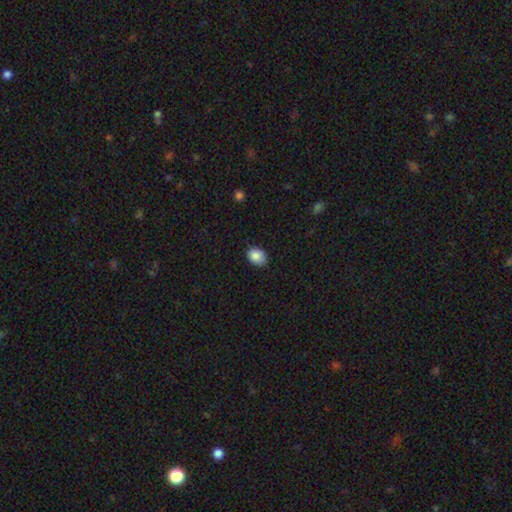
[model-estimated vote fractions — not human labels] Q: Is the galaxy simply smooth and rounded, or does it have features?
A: smooth — 87%.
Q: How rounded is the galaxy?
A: in between — 64%.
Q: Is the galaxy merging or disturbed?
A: none — 79%.